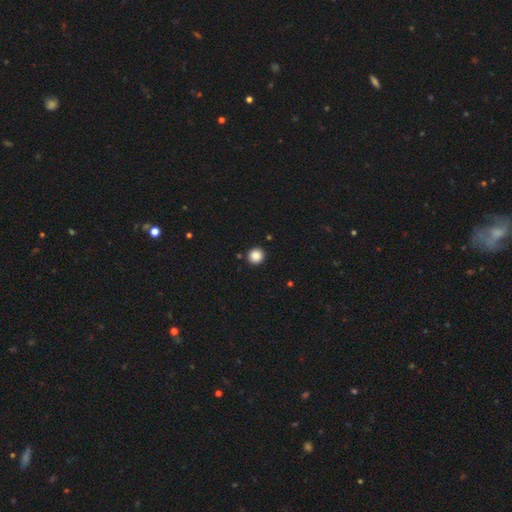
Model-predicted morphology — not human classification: Smooth or featured?
  - smooth: 87% *
  - star or artifact: 10%
  - featured or disk: 3%
How rounded?
  - round: 94% *
  - in between: 5%
  - cigar-shaped: 1%
Merging?
  - none: 92% *
  - minor disturbance: 5%
  - major disturbance: 2%
  - merger: 2%